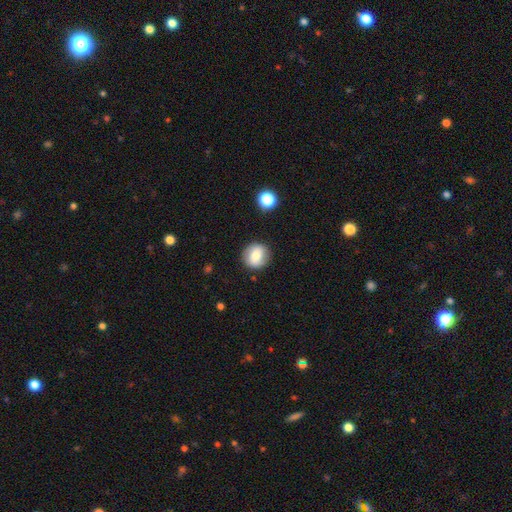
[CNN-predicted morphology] This appears to be a smooth galaxy with no disk features (69%) that is round (89%). Merging: none (87%).